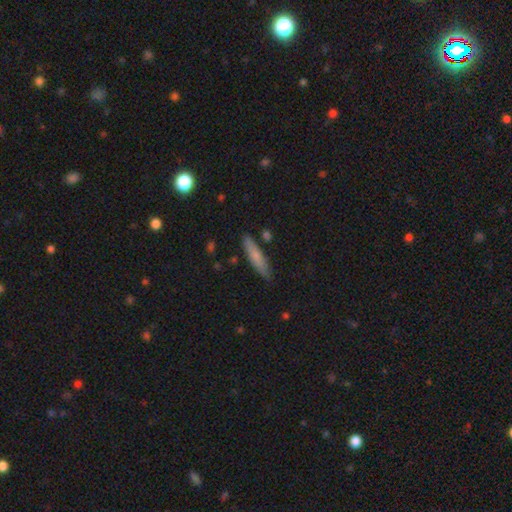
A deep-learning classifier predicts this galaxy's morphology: Smooth or featured? smooth (70%)
How rounded? cigar-shaped (83%)
Merging? none (83%)